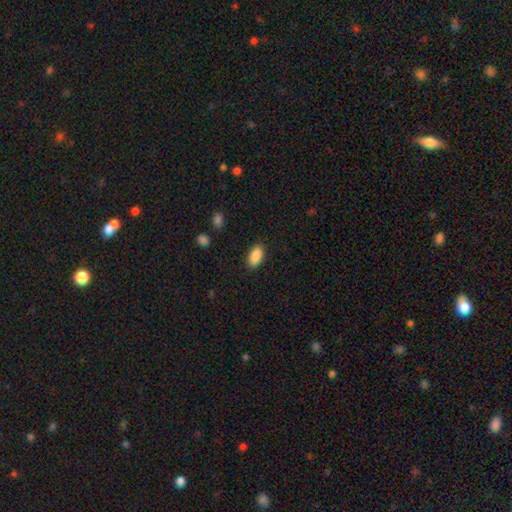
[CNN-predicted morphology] type=smooth (89%); roundness=in between (93%); merging=none (87%).